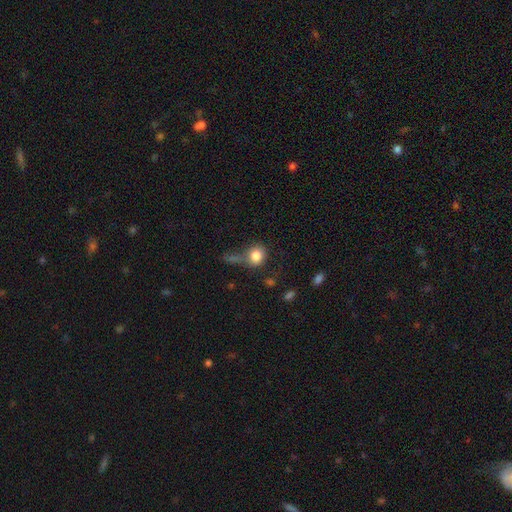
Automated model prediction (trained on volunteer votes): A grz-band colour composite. It shows a smooth galaxy with no disk features (82%) that is round (68%). Merging: none (46%).